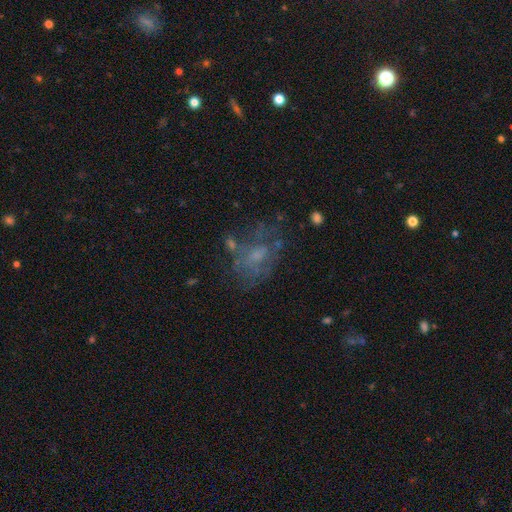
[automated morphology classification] smooth_or_featured: featured or disk (p=0.53) [alt: smooth p=0.31]
disk_edge_on: no (p=0.96) [alt: yes p=0.04]
bar: no (p=0.76) [alt: weak p=0.21]
has_spiral_arms: no (p=0.69) [alt: yes p=0.31]
bulge_size: small (p=0.35) [tied with: moderate p=0.35]
merging: none (p=0.46) [alt: major disturbance p=0.25]